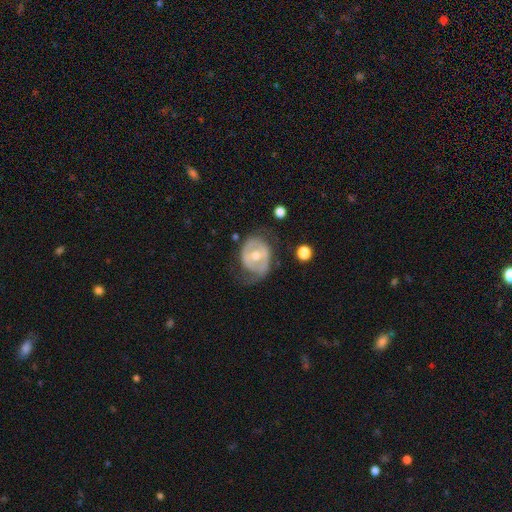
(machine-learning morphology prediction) A featured or disk galaxy (64%) with no bar (49%), no spiral arms (56%) and a moderate central bulge (74%).

Vote fractions:
- Smooth or featured? featured or disk: 64% / smooth: 30% / star or artifact: 5%
- Edge-on disk? no: 96% / yes: 4%
- Bar? no: 49% / weak: 36% / strong: 15%
- Spiral arms? no: 56% / yes: 44%
- Bulge size? moderate: 74% / small: 17% / large: 6% / none: 2% / dominant: 1%
- Merging? none: 50% / minor disturbance: 27% / major disturbance: 21% / merger: 2%